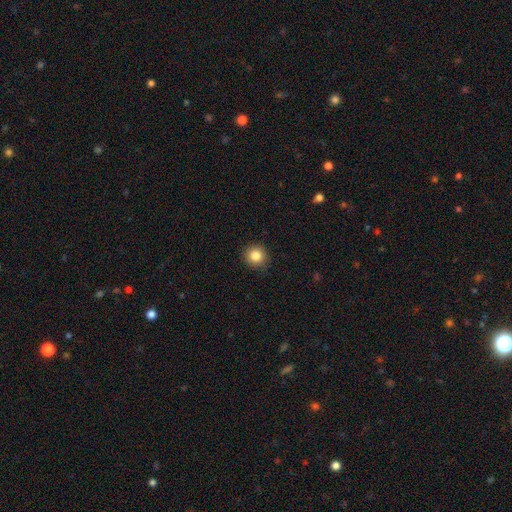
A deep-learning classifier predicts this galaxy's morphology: smooth-or-featured: smooth: 85% | star or artifact: 10% | featured or disk: 5%
  how-rounded: round: 93% | in between: 6% | cigar-shaped: 1%
  merging: none: 91% | minor disturbance: 6% | major disturbance: 2% | merger: 1%